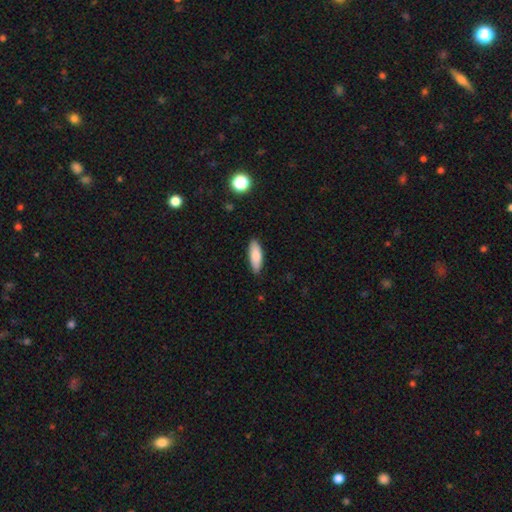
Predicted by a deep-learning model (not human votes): Smooth or featured? smooth (82%)
How rounded? in between (65%)
Merging? none (85%)